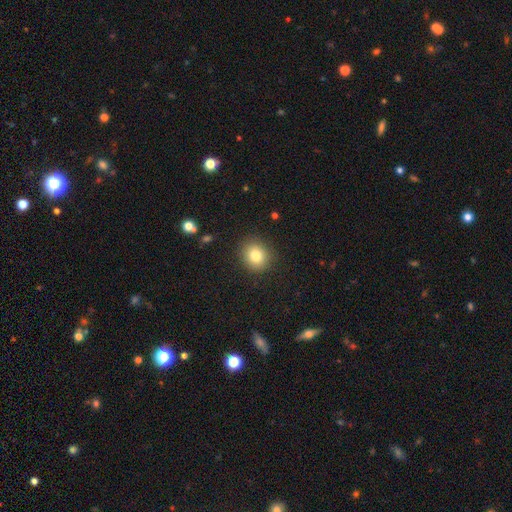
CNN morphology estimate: Smooth or featured? smooth (81%)
How rounded? round (78%)
Merging? none (88%)